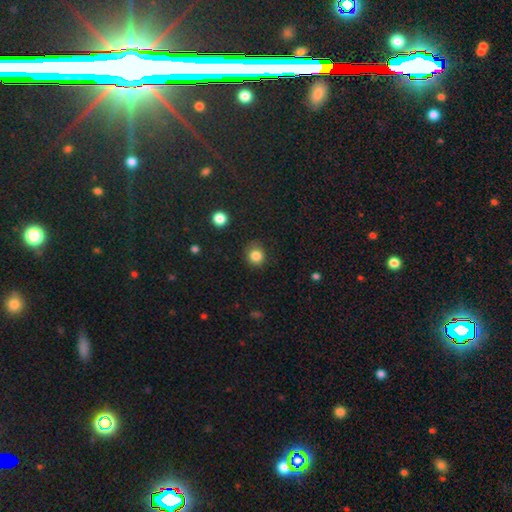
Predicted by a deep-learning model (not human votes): Smooth or featured? Predicted: smooth (p=0.84). How rounded? Predicted: round (p=0.87). Merging? Predicted: none (p=0.84).